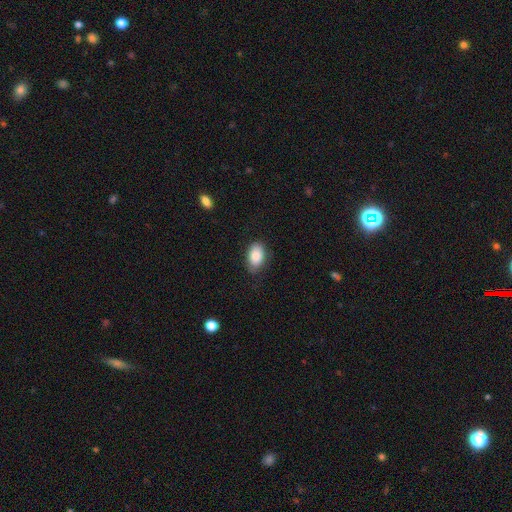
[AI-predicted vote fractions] Morphology: type=smooth (84%); roundness=in between (90%); merging=none (75%).